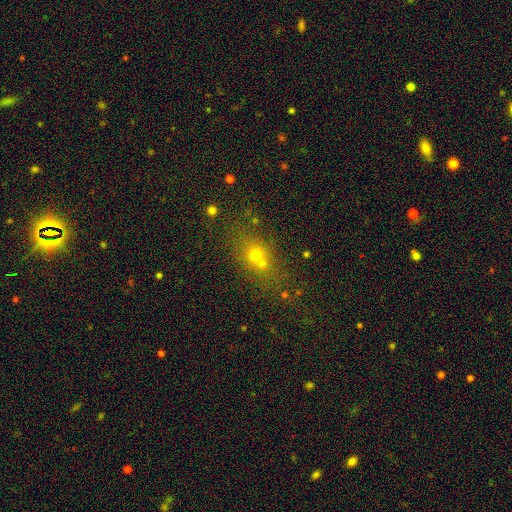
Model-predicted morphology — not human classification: type=smooth (58%); roundness=round (61%); merging=none (48%).